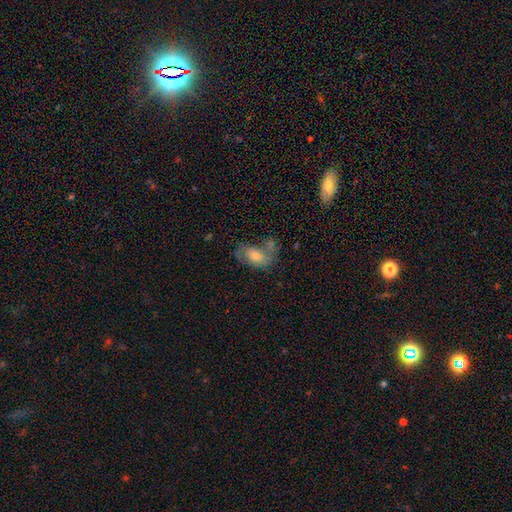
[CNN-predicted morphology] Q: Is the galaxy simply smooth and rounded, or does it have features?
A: smooth — 51%.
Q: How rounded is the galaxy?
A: in between — 87%.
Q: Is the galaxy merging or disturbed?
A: none — 39%.